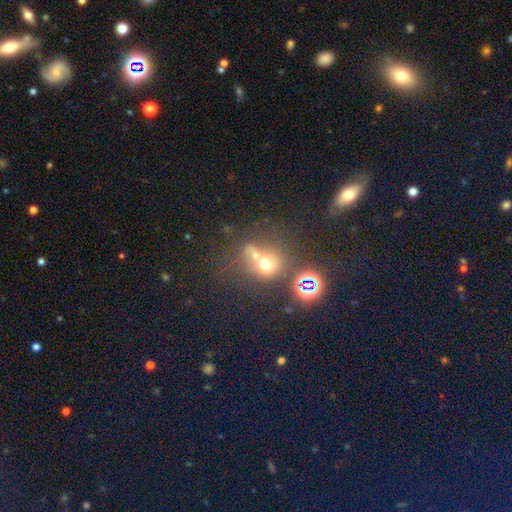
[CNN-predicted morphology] Smooth or featured? smooth (54%)
How rounded? round (73%)
Merging? merger (42%)